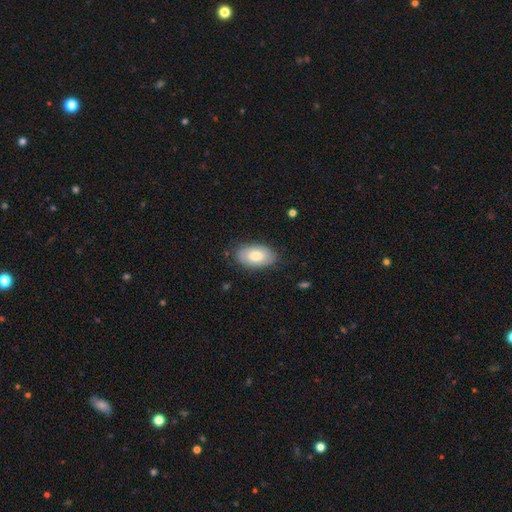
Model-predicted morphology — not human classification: This appears to be a smooth galaxy with no disk features (69%) that is in between round and cigar-shaped (94%). Merging: none (79%).